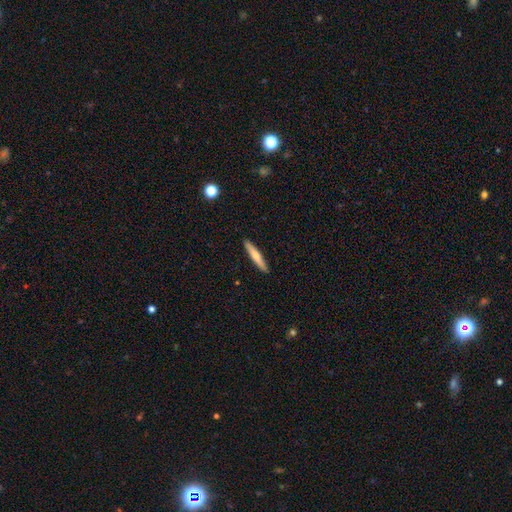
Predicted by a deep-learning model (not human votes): smooth-or-featured: smooth: 62% | featured or disk: 33% | star or artifact: 5%
  how-rounded: cigar-shaped: 92% | in between: 7% | round: 1%
  merging: none: 91% | minor disturbance: 7% | major disturbance: 1% | merger: 1%